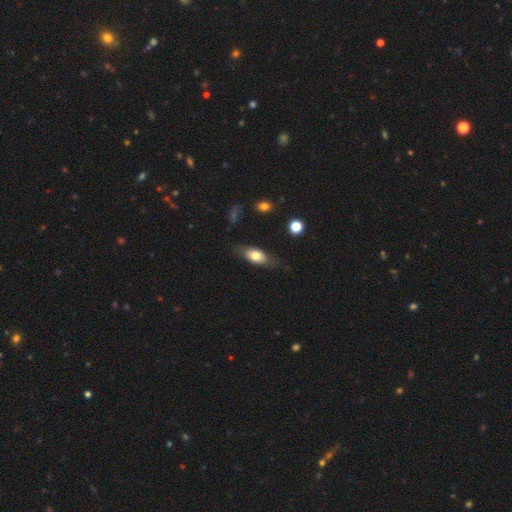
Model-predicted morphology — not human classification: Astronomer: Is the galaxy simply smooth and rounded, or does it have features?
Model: smooth — 70%.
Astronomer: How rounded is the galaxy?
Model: in between — 82%.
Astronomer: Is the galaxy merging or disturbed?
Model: none — 74%.